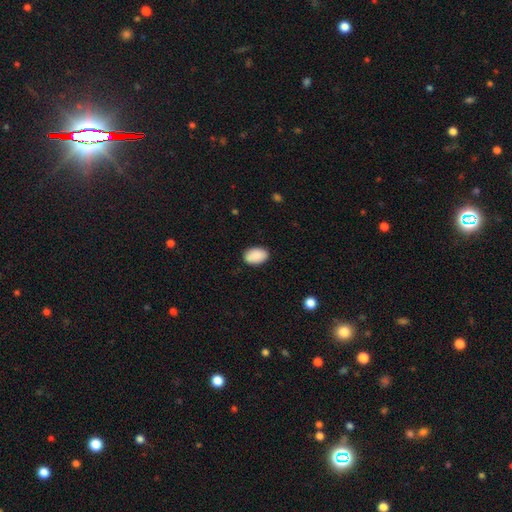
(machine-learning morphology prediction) Smooth or featured: smooth — 91% (star or artifact — 7%)
How rounded: in between — 90% (round — 8%)
Merging: none — 88% (minor disturbance — 9%)